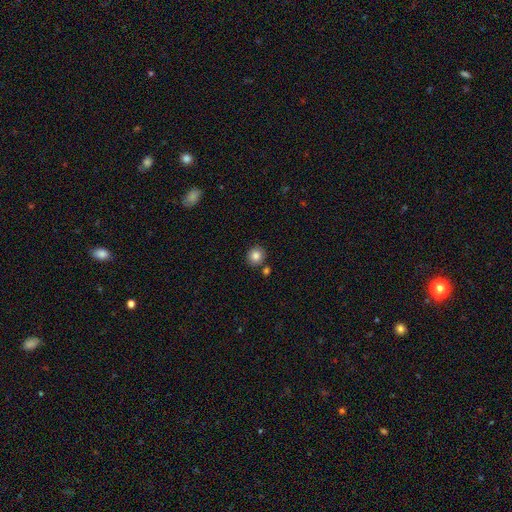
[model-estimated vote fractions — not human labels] smooth-or-featured: smooth: 85% | star or artifact: 10% | featured or disk: 6%
  how-rounded: round: 90% | in between: 9% | cigar-shaped: 1%
  merging: none: 83% | minor disturbance: 8% | merger: 7% | major disturbance: 2%